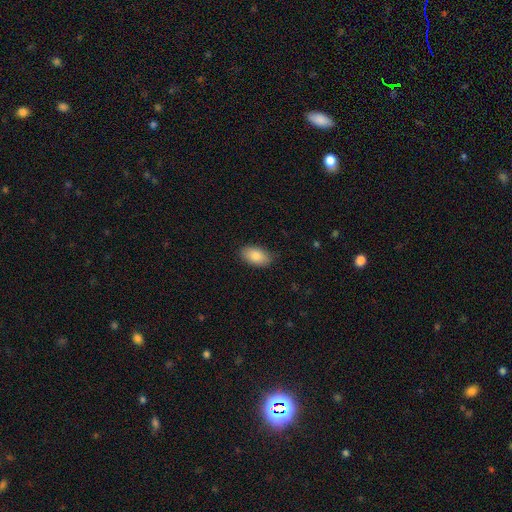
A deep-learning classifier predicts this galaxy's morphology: smooth_or_featured: smooth (p=0.85) [alt: featured or disk p=0.08]
how_rounded: in between (p=0.94) [alt: round p=0.04]
merging: none (p=0.85) [alt: minor disturbance p=0.12]